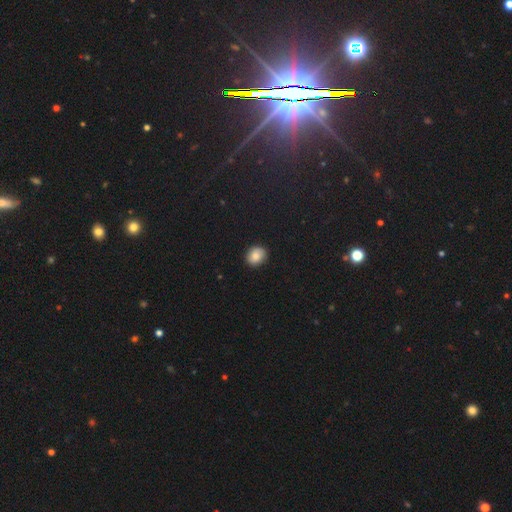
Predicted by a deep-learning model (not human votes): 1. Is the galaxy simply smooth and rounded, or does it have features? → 82% smooth, 10% star or artifact, 8% featured or disk.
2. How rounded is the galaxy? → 65% round, 34% in between, 1% cigar-shaped.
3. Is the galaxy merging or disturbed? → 88% none, 9% minor disturbance, 2% major disturbance, 1% merger.